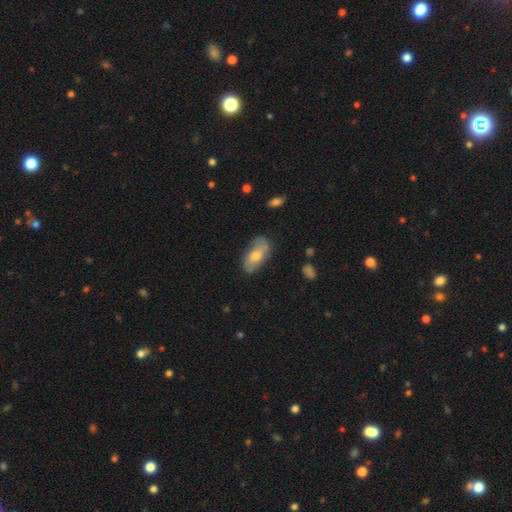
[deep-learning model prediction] featured or disk 45% (tied), smooth 45% (tied), star or artifact 10%. Down the decision tree: merging — none (77%).